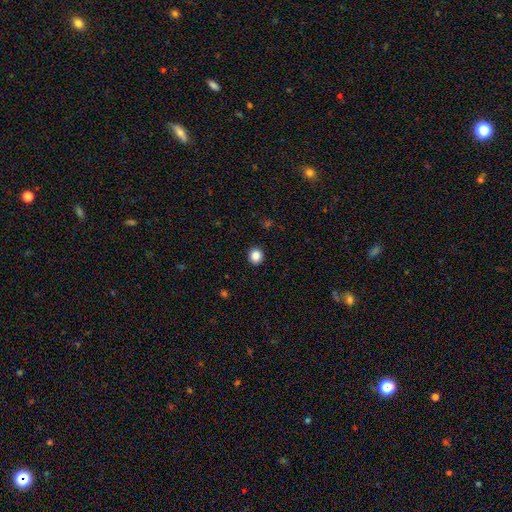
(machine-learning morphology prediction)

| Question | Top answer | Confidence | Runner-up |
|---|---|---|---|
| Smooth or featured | smooth | 87% | star or artifact (10%) |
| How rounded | round | 86% | in between (13%) |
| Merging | none | 92% | minor disturbance (5%) |